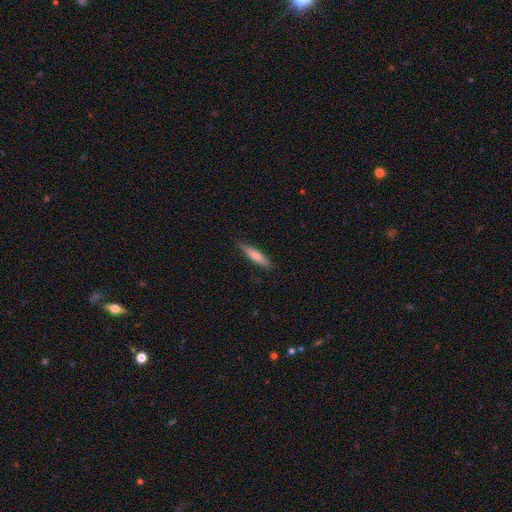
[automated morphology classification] type=smooth (71%); roundness=cigar-shaped (84%); merging=none (85%).